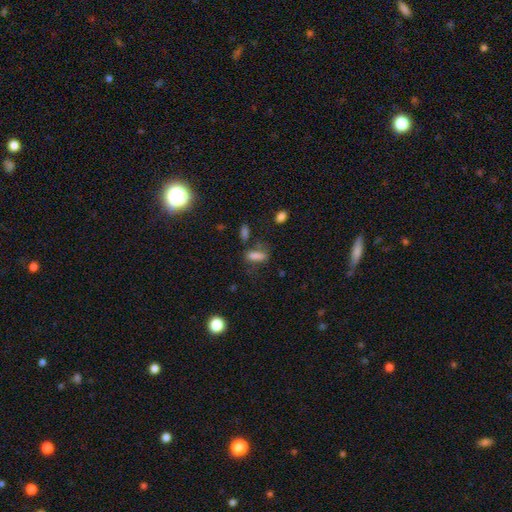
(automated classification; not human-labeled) Smooth or featured: smooth — 77% (star or artifact — 12%)
How rounded: in between — 62% (cigar-shaped — 33%)
Merging: none — 55% (minor disturbance — 22%)